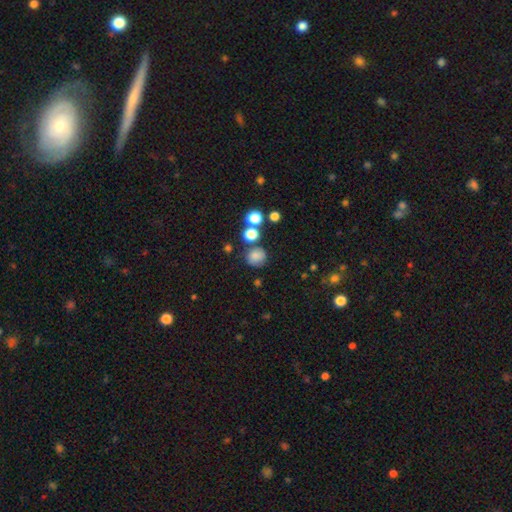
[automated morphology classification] Q: Smooth or featured?
A: smooth (79%); runner-up: star or artifact (14%)
Q: How rounded?
A: round (88%); runner-up: in between (11%)
Q: Merging?
A: none (73%); runner-up: minor disturbance (13%)